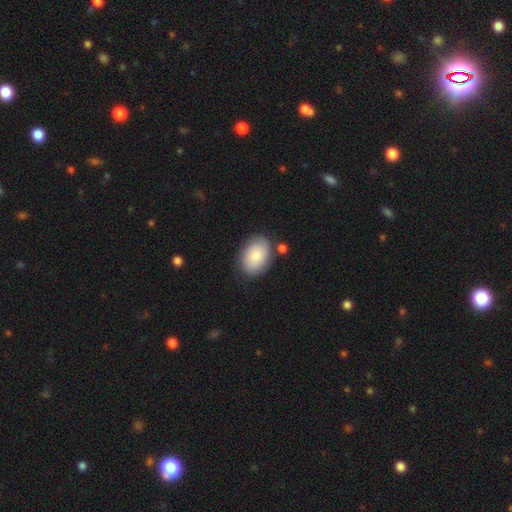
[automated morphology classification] Smooth or featured? smooth (83%)
How rounded? in between (83%)
Merging? none (78%)